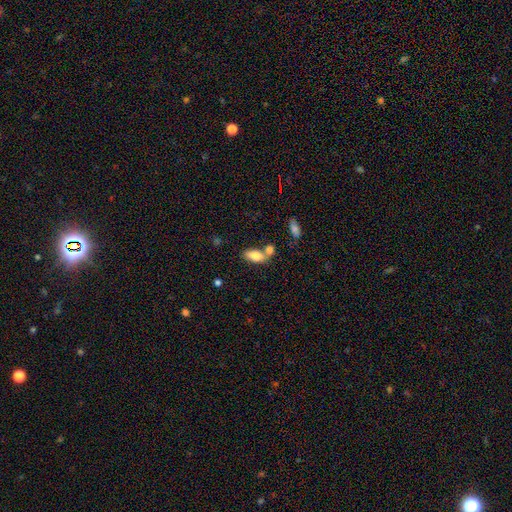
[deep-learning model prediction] This appears to be a smooth galaxy with no disk features (79%) that is in between round and cigar-shaped (88%). Merging: none (49%).